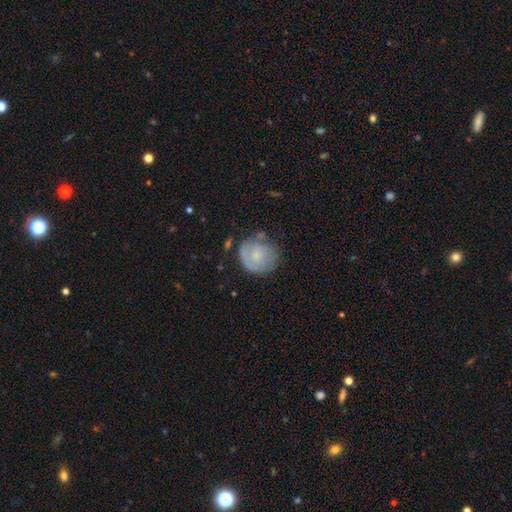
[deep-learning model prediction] The model was most divided on "smooth or featured": smooth: 49%, featured or disk: 44%, star or artifact: 7%. More confident: merging — none (59%).